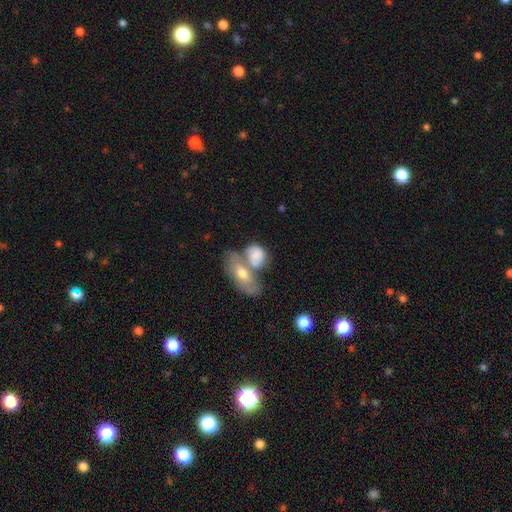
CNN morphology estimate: smooth-or-featured: smooth: 71% | featured or disk: 22% | star or artifact: 6%
  how-rounded: in between: 69% | round: 27% | cigar-shaped: 4%
  merging: merger: 55% | none: 24% | minor disturbance: 13% | major disturbance: 8%